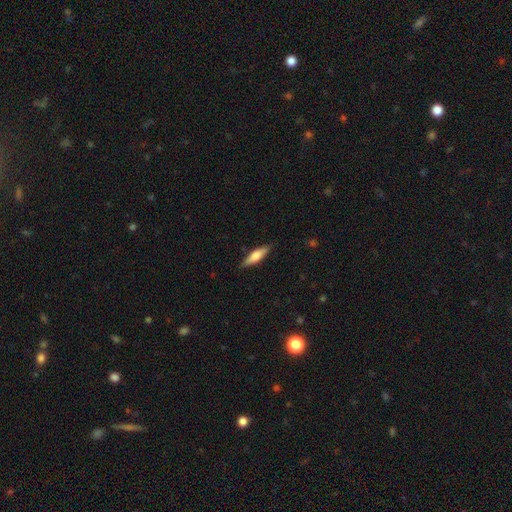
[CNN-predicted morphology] This appears to be a smooth galaxy with no disk features (65%) that is cigar-shaped (64%). Merging: none (85%).